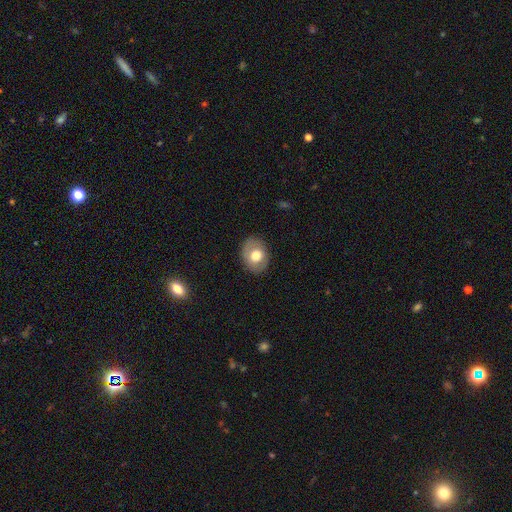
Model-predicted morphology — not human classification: Smooth or featured?
  - smooth: 65% *
  - featured or disk: 28%
  - star or artifact: 7%
How rounded?
  - in between: 58% *
  - round: 41%
  - cigar-shaped: 1%
Merging?
  - none: 84% *
  - minor disturbance: 11%
  - major disturbance: 3%
  - merger: 1%